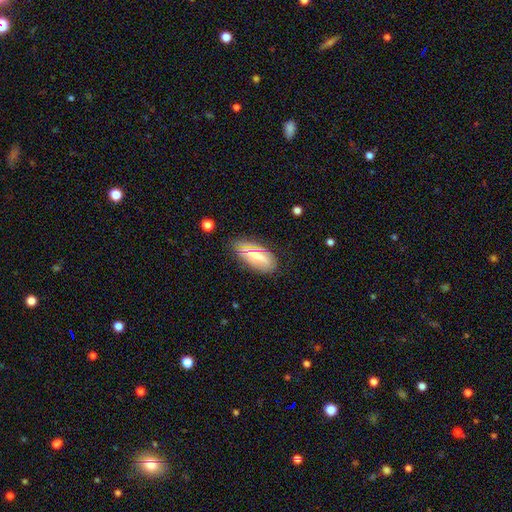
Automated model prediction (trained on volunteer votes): Smooth or featured? smooth (63%)
How rounded? in between (88%)
Merging? none (76%)